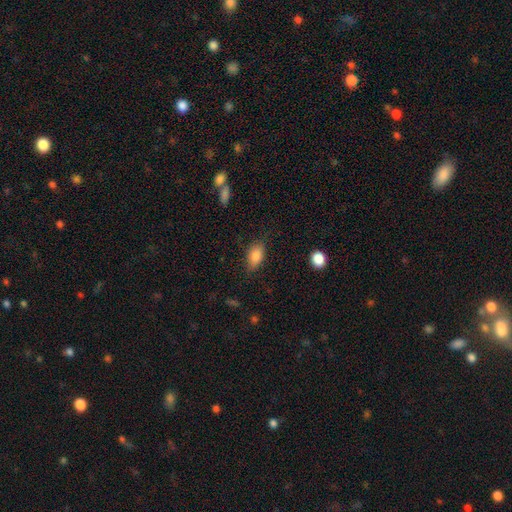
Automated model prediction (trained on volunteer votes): This appears to be a smooth galaxy with no disk features (85%) that is in between round and cigar-shaped (88%). Merging: none (76%).